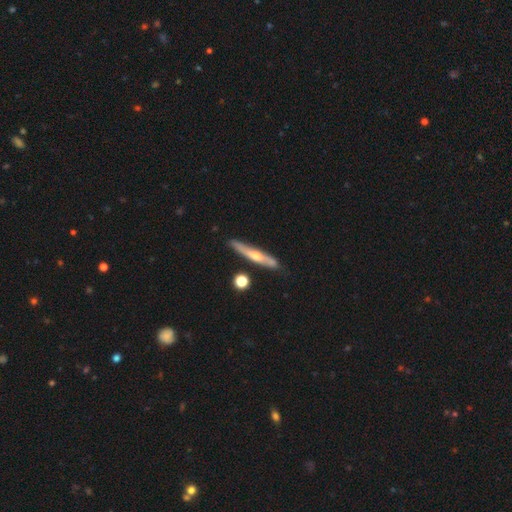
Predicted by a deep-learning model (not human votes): Smooth or featured? featured or disk (59%)
Edge-on disk? yes (89%)
Edge-on bulge? rounded (82%)
Merging? none (79%)